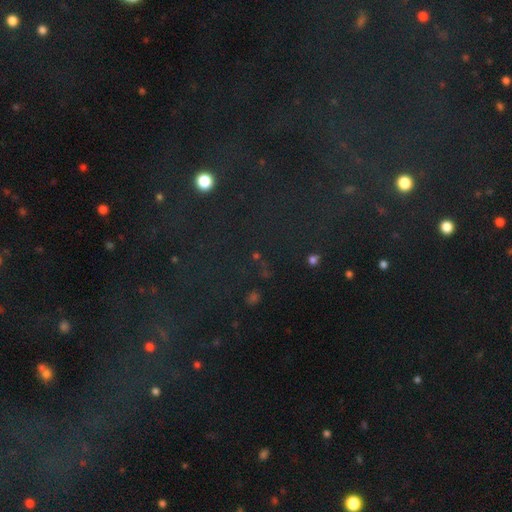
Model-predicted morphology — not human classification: Smooth or featured? Predicted: star or artifact (p=0.73).